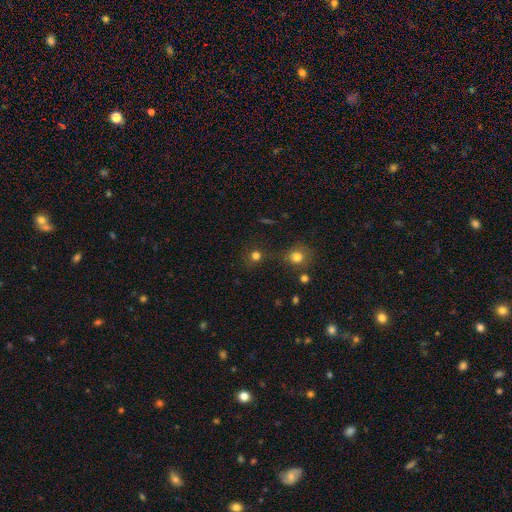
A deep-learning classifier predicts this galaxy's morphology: smooth 73%, star or artifact 21%, featured or disk 6%. Down the decision tree: how rounded — round (90%); merging — none (74%).